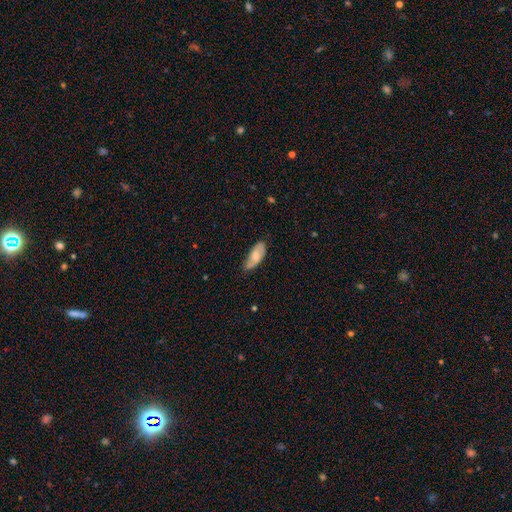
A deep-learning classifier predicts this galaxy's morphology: Overall: smooth (70%). How rounded: in between (82%). Merging: none (61%; minor disturbance 31%).